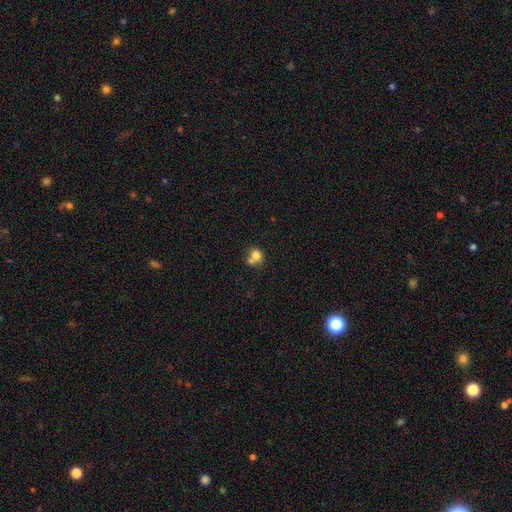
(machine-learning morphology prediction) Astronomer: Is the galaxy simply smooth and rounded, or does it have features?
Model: smooth — 76%.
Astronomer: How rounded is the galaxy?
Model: round — 74%.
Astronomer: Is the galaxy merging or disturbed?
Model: merger — 49% (runner-up: none, 37%).